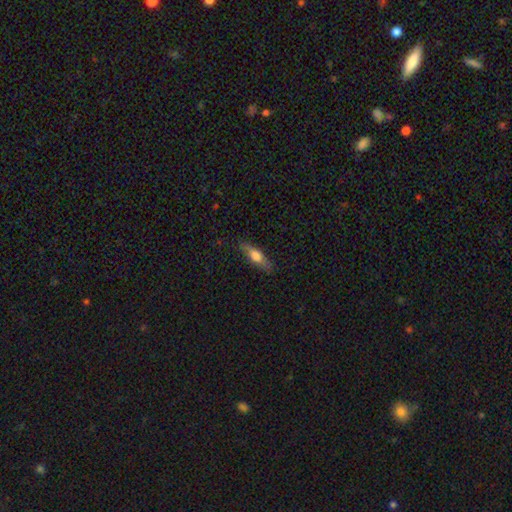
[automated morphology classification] A smooth galaxy with no disk features (63%) that is cigar-shaped (54%).

Vote fractions:
- Smooth or featured? smooth: 63% / featured or disk: 30% / star or artifact: 6%
- How rounded? cigar-shaped: 54% / in between: 43% / round: 3%
- Merging? none: 81% / minor disturbance: 14% / major disturbance: 3% / merger: 1%